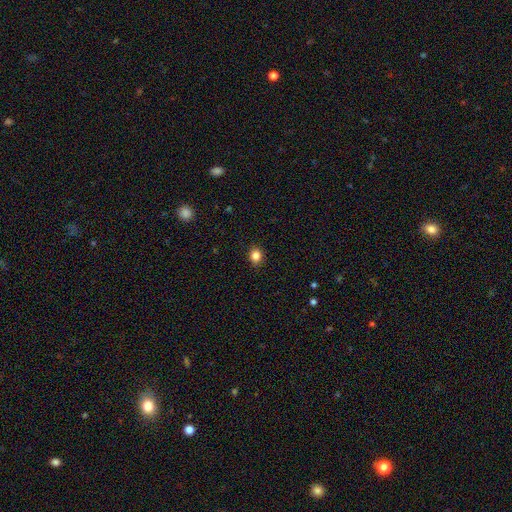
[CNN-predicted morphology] type=smooth (85%); roundness=round (66%); merging=none (91%).